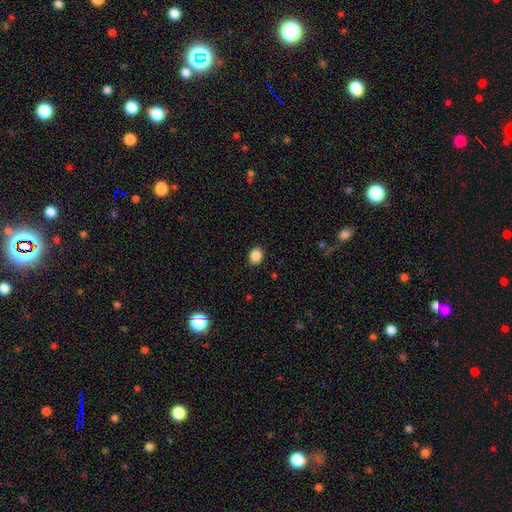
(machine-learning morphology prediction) Smooth or featured? smooth (88%)
How rounded? round (56%)
Merging? none (91%)